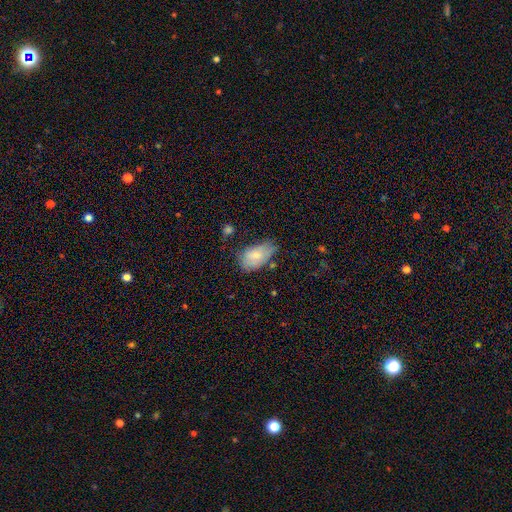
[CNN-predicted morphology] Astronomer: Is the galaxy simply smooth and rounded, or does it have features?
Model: smooth — 68%.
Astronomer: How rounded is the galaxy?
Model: in between — 92%.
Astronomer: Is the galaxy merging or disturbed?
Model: none — 51% (runner-up: minor disturbance, 35%).